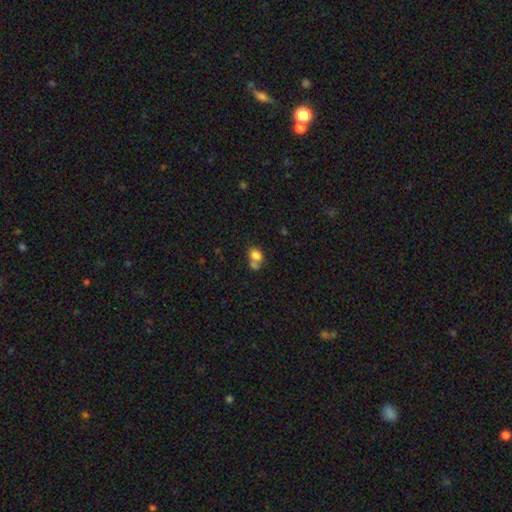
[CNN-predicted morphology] Overall: smooth (79%). How rounded: in between (52%; round 47%). Merging: merger (44%; none 36%).